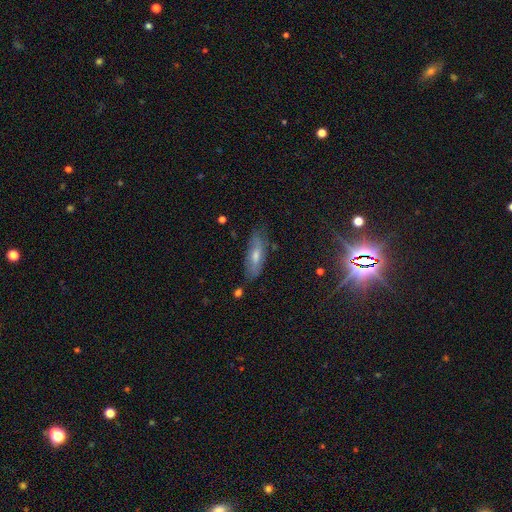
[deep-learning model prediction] Overall: featured or disk (44%; smooth 38%). Merging: none (76%).